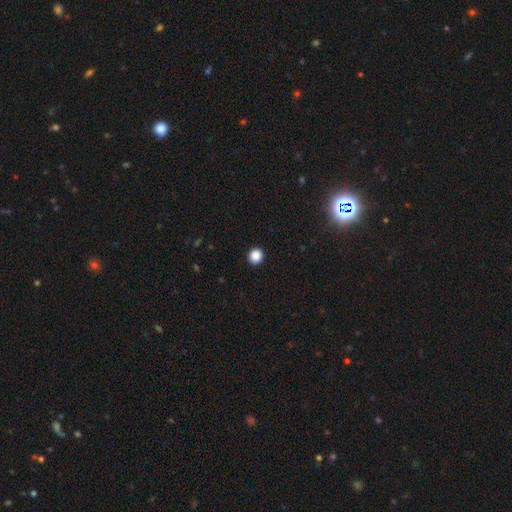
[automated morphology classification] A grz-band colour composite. It shows a smooth galaxy with no disk features (87%) that is round (91%). Merging: none (93%).